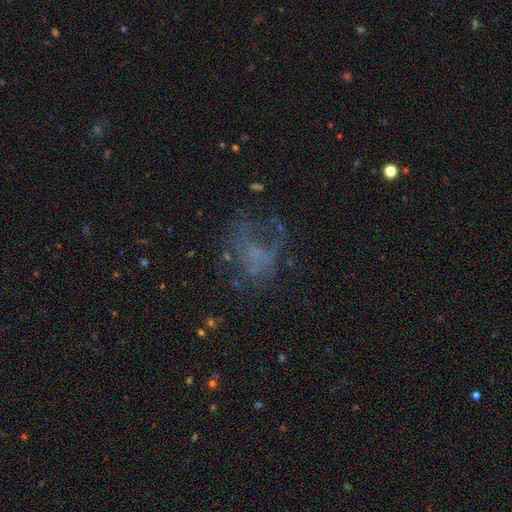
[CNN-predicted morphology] A featured or disk galaxy (48%).

Vote fractions:
- Smooth or featured? featured or disk: 48% / star or artifact: 26% / smooth: 25%
- Merging? none: 43% / major disturbance: 37% / minor disturbance: 17% / merger: 4%